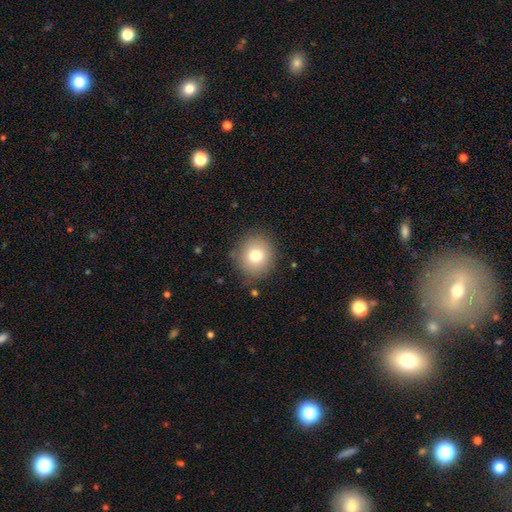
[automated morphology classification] smooth_or_featured: smooth (p=0.76) [alt: featured or disk p=0.13]
how_rounded: round (p=0.84) [alt: in between p=0.15]
merging: none (p=0.84) [alt: minor disturbance p=0.11]